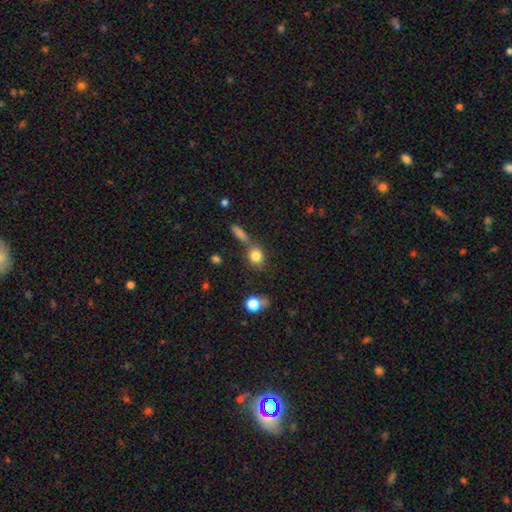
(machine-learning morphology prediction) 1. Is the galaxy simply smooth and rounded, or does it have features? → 81% smooth, 11% star or artifact, 8% featured or disk.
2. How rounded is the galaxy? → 73% round, 24% in between, 3% cigar-shaped.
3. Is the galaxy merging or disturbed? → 63% none, 21% merger, 12% minor disturbance, 4% major disturbance.